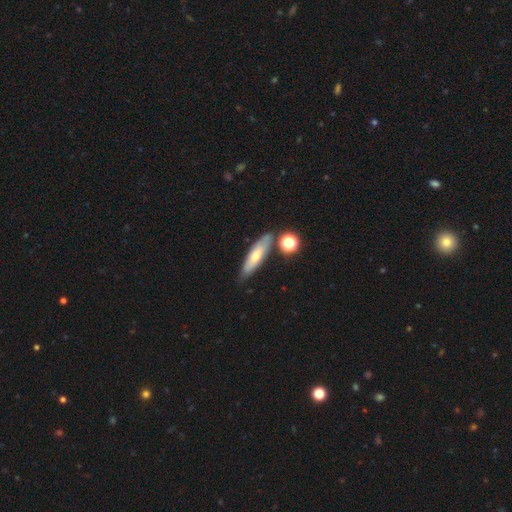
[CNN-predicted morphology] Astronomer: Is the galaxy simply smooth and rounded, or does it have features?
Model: smooth — 59%.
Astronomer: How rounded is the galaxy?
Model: cigar-shaped — 64%.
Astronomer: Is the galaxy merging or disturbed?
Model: none — 75%.